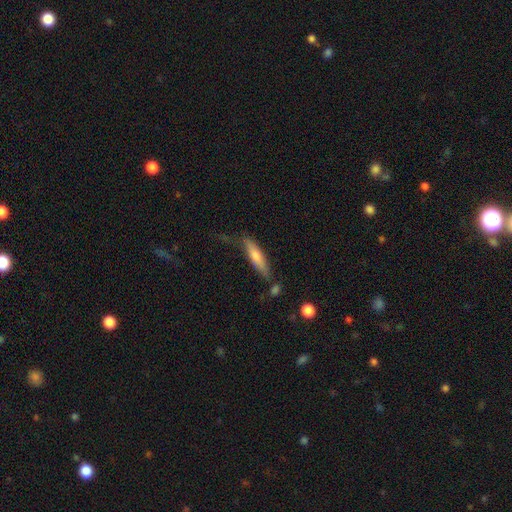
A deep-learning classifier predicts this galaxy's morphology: This appears to be a smooth galaxy with no disk features (51%) that is cigar-shaped (83%). Merging: none (59%).